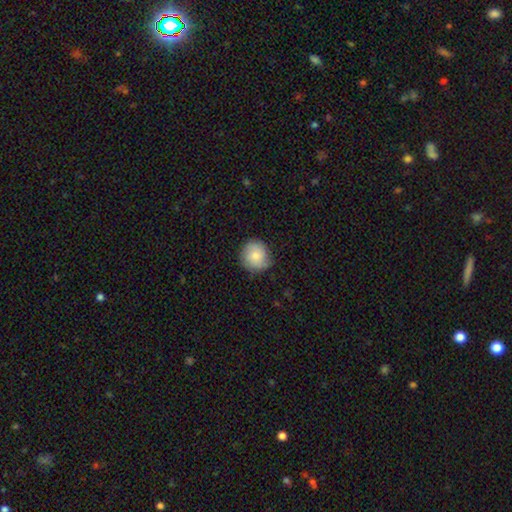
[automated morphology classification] Smooth or featured: smooth — 79% (featured or disk — 14%)
How rounded: round — 91% (in between — 8%)
Merging: none — 79% (minor disturbance — 17%)